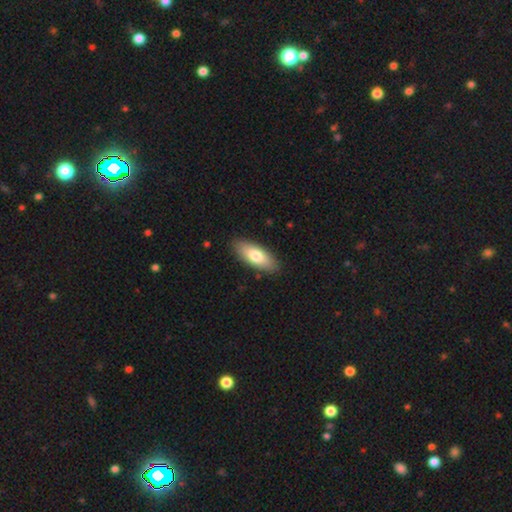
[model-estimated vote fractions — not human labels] smooth-or-featured: smooth: 76% | featured or disk: 19% | star or artifact: 6%
  how-rounded: in between: 76% | cigar-shaped: 22% | round: 2%
  merging: none: 88% | minor disturbance: 9% | major disturbance: 2% | merger: 1%